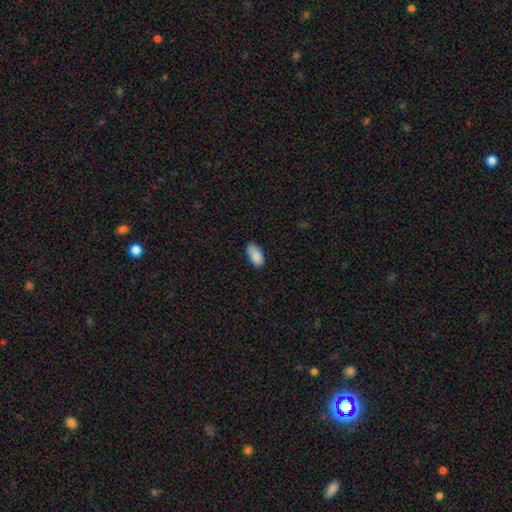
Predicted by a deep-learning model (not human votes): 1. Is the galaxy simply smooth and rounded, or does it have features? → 88% smooth, 7% star or artifact, 5% featured or disk.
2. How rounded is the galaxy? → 93% in between, 5% cigar-shaped, 2% round.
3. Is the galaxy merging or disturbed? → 78% none, 18% minor disturbance, 3% major disturbance, 1% merger.